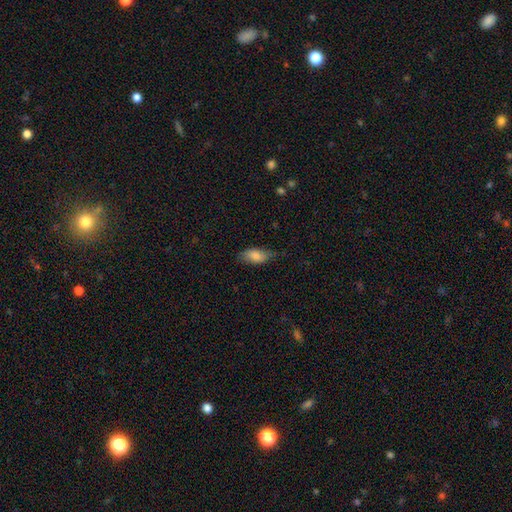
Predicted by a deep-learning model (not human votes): A smooth galaxy with no disk features (82%) that is in between round and cigar-shaped (89%). Merging: none (69%).